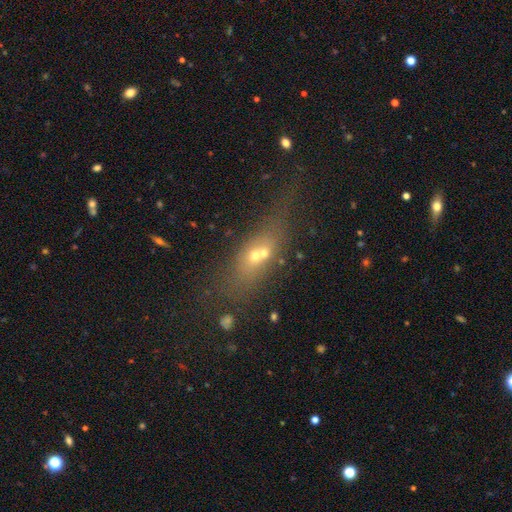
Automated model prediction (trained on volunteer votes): smooth_or_featured: smooth (p=0.49) [alt: featured or disk p=0.33]
merging: merger (p=0.50) [alt: none p=0.29]